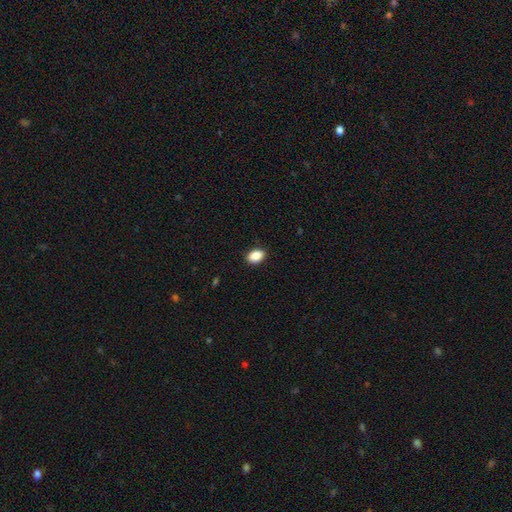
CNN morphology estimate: A smooth galaxy with no disk features (89%) that is in between round and cigar-shaped (85%). Merging: none (89%).